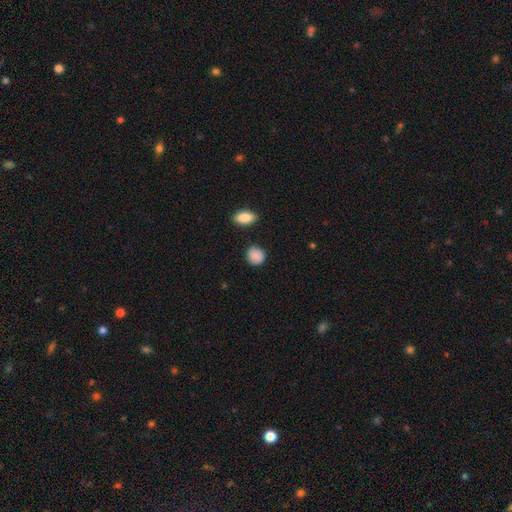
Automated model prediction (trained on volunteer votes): Morphology: type=smooth (89%); roundness=round (82%); merging=none (82%).